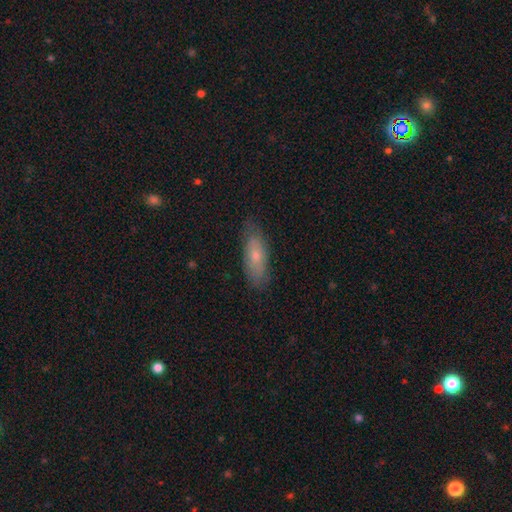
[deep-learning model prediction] smooth_or_featured: smooth (p=0.62) [alt: featured or disk p=0.31]
how_rounded: in between (p=0.64) [alt: cigar-shaped p=0.34]
merging: none (p=0.77) [alt: minor disturbance p=0.18]